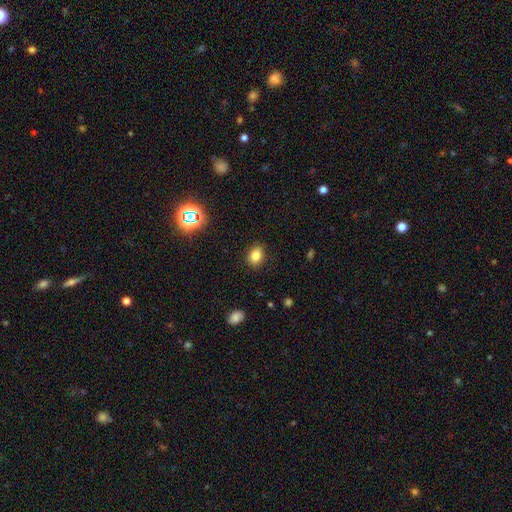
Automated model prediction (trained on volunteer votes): Overall: smooth (82%). How rounded: in between (59%; round 40%). Merging: none (88%).